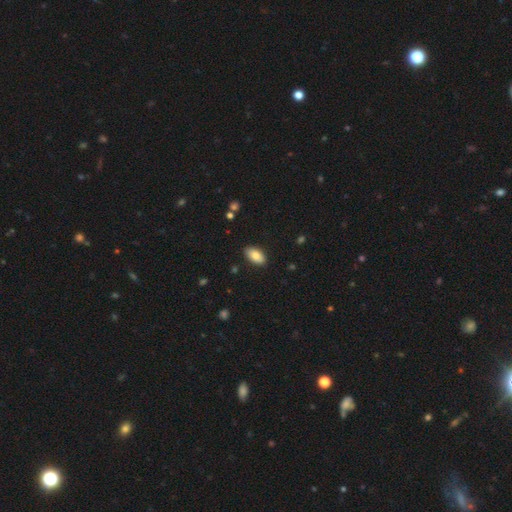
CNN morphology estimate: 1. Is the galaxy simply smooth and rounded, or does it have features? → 83% smooth, 10% featured or disk, 7% star or artifact.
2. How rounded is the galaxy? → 94% in between, 4% cigar-shaped, 3% round.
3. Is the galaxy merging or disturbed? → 87% none, 9% minor disturbance, 2% major disturbance, 1% merger.